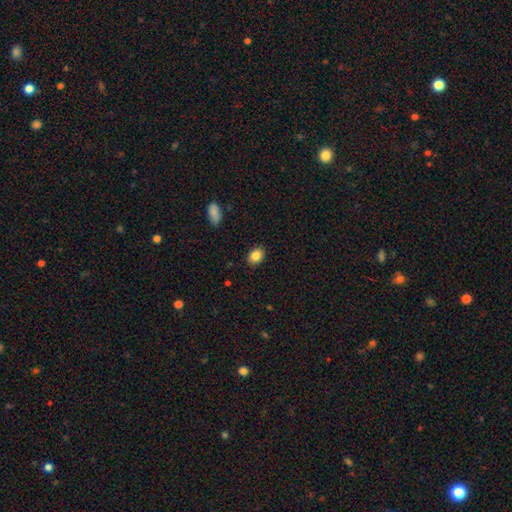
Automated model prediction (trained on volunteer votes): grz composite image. It shows a smooth galaxy with no disk features (86%) that is in between round and cigar-shaped (69%). Merging: none (88%).